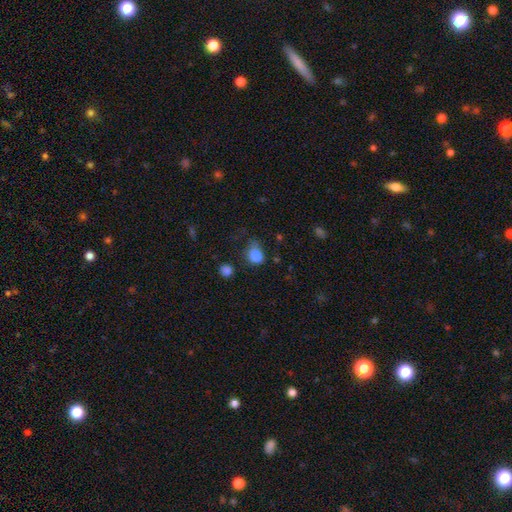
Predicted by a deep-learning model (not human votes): The model was most divided on "merging": none: 44%, minor disturbance: 36%, major disturbance: 16%, merger: 4%. More confident: smooth or featured — smooth (82%); how rounded — round (57%).